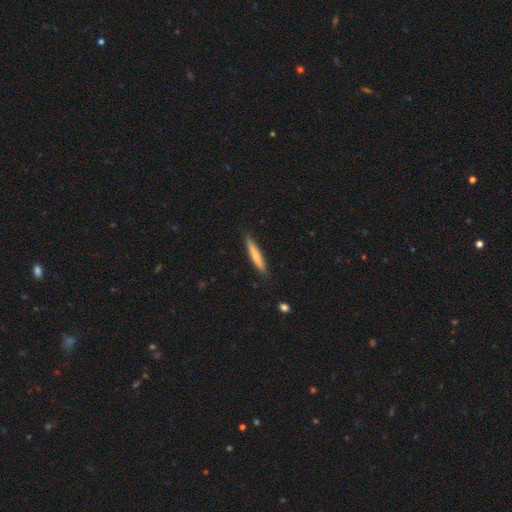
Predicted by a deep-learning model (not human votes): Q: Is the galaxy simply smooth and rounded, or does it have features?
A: smooth — 66%.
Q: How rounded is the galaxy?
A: cigar-shaped — 92%.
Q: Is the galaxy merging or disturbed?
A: none — 88%.